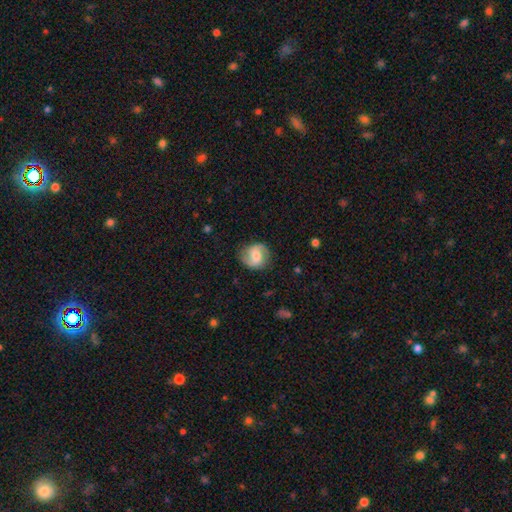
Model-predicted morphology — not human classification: A featured or disk galaxy (67%) with a weak bar (47%), 2 (90%) medium (45%) spiral arms (93%) and a moderate central bulge (50%). Merging: none (81%).